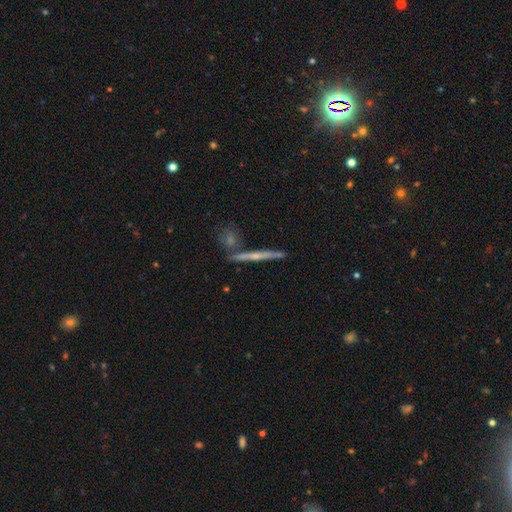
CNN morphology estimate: featured or disk 65%, smooth 27%, star or artifact 8%. Down the decision tree: edge-on disk — yes (97%); edge-on bulge — rounded (55%); merging — none (81%).